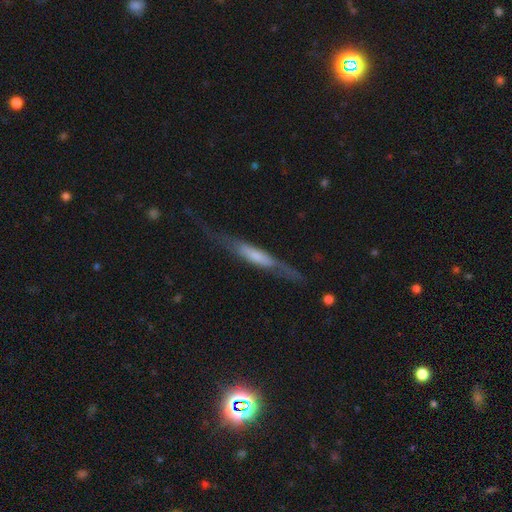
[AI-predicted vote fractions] A featured or disk galaxy (58%) viewed edge-on (80%).

Vote fractions:
- Smooth or featured? featured or disk: 58% / smooth: 35% / star or artifact: 7%
- Edge-on disk? yes: 80% / no: 20%
- Merging? none: 57% / minor disturbance: 23% / major disturbance: 17% / merger: 3%